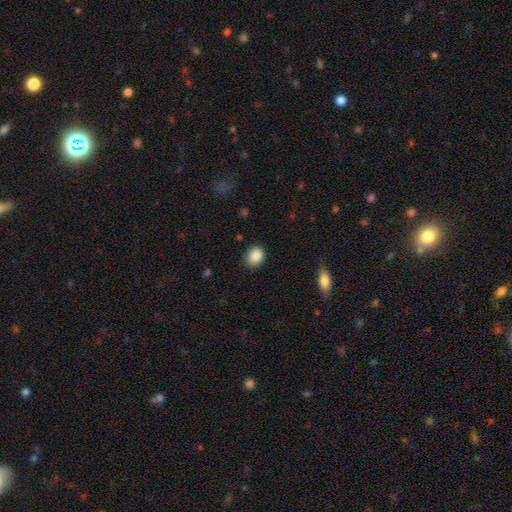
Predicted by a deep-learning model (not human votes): smooth-or-featured: smooth: 88% | star or artifact: 8% | featured or disk: 3%
  how-rounded: round: 60% | in between: 39% | cigar-shaped: 1%
  merging: none: 85% | minor disturbance: 11% | major disturbance: 3% | merger: 1%